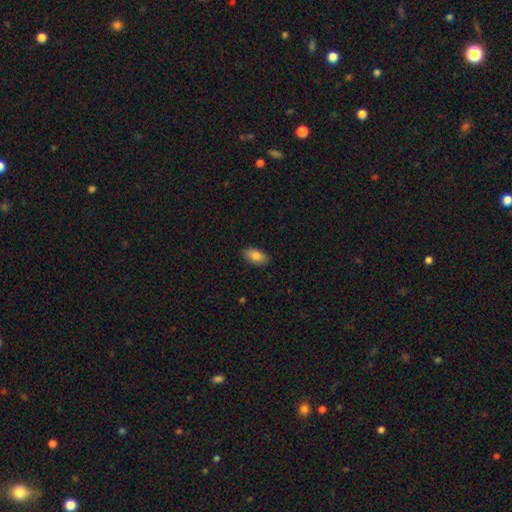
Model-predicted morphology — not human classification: Smooth or featured: smooth — 85% (star or artifact — 7%)
How rounded: in between — 92% (round — 4%)
Merging: none — 87% (minor disturbance — 10%)